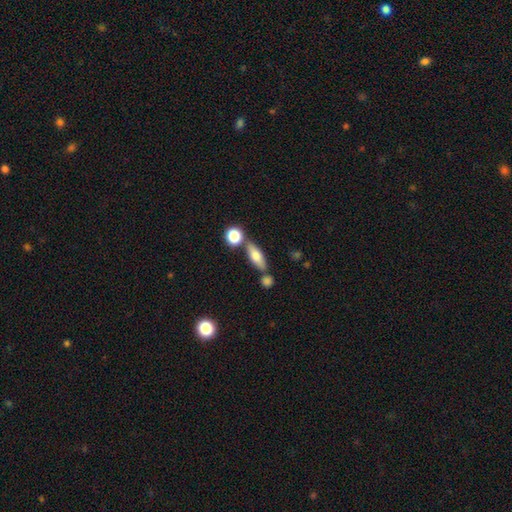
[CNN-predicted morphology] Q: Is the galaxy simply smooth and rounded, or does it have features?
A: smooth — 66%.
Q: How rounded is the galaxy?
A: in between — 57%.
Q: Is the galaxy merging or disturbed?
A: none — 70%.